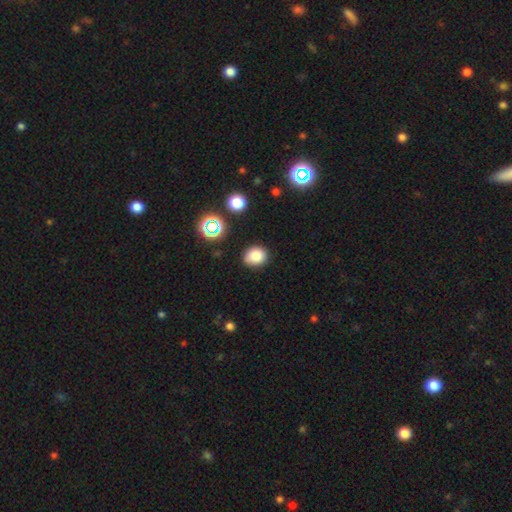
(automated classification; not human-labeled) This appears to be a smooth galaxy with no disk features (81%) that is round (62%). Merging: none (84%).